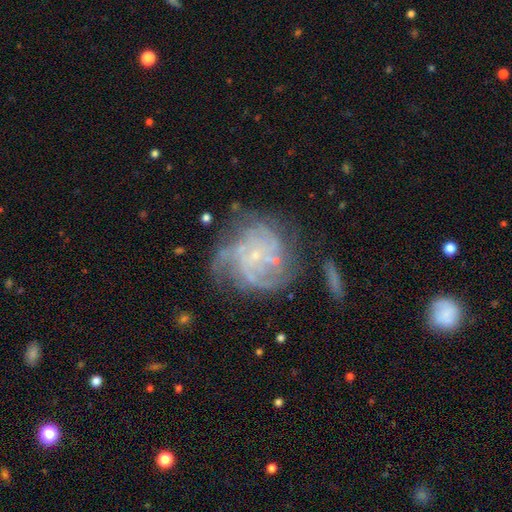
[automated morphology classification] The model was most divided on "spiral arm count": can't tell: 31%, 4: 24%, 3: 19%, 2: 10%, more than 4: 10%, 1: 7%. More confident: edge-on disk — no (98%); spiral arms — yes (90%); bulge size — small (80%); smooth or featured — featured or disk (80%); bar — no (76%); spiral winding — tight (54%); merging — none (54%).